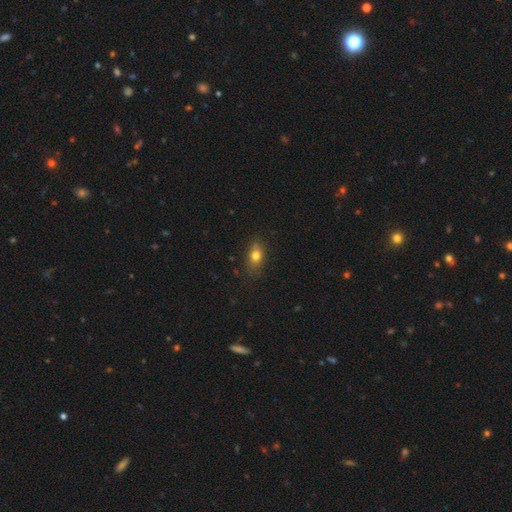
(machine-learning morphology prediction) smooth_or_featured: smooth (p=0.76) [alt: featured or disk p=0.14]
how_rounded: in between (p=0.73) [alt: round p=0.20]
merging: none (p=0.76) [alt: minor disturbance p=0.19]